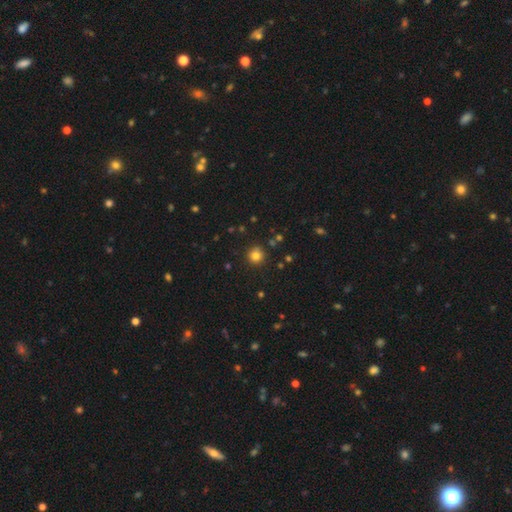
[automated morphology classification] Smooth or featured? smooth (81%)
How rounded? round (93%)
Merging? none (88%)